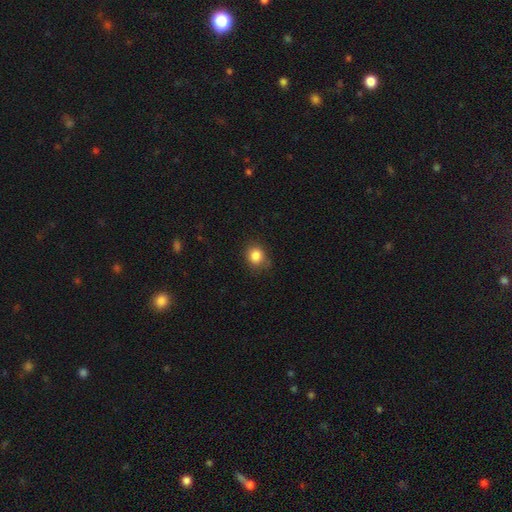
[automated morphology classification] This is clearly a smooth galaxy (85%). How rounded: likely round (70%). Merging: likely none (76%).